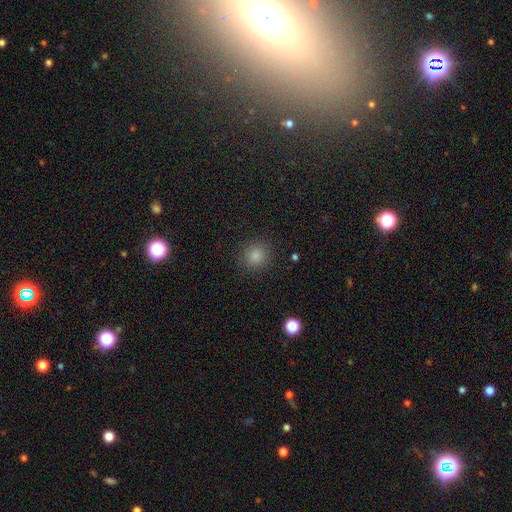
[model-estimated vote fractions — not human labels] Smooth or featured? smooth (84%)
How rounded? round (91%)
Merging? none (89%)